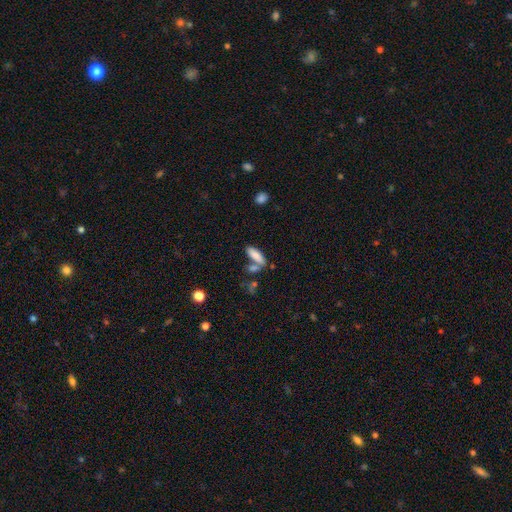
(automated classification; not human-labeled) smooth 82%, featured or disk 10%, star or artifact 8%. Down the decision tree: how rounded — in between (57%); merging — none (54%).